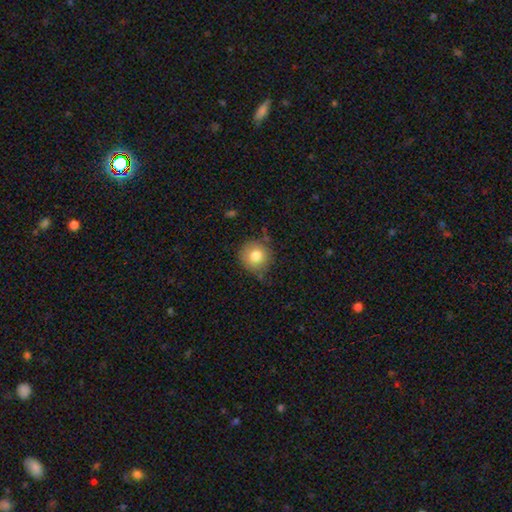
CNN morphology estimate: smooth 80%, featured or disk 10%, star or artifact 10%. Down the decision tree: how rounded — round (92%); merging — none (78%).